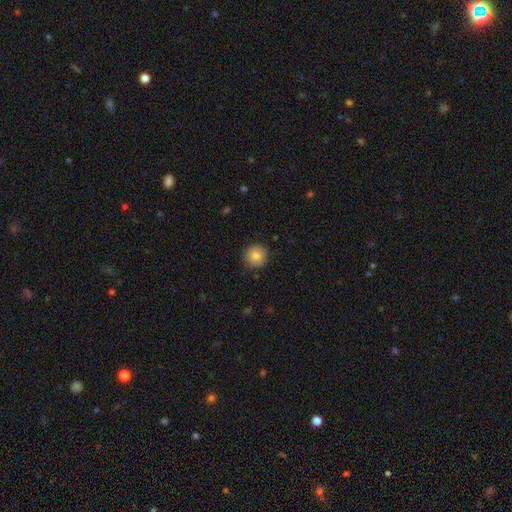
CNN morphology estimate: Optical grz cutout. It shows a smooth galaxy with no disk features (83%) that is round (93%). Merging: none (89%).